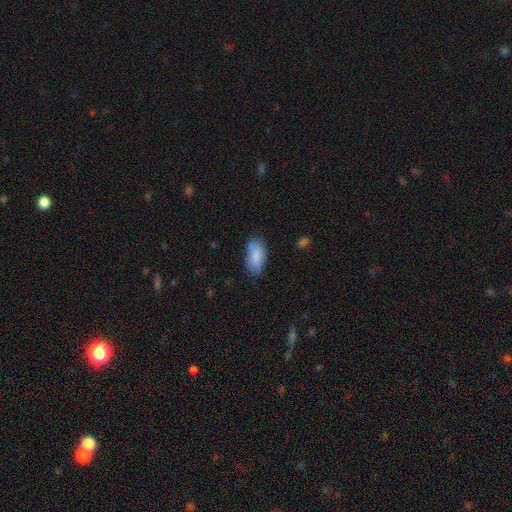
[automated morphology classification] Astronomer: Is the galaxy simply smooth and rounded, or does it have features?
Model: smooth — 85%.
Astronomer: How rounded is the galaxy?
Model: in between — 92%.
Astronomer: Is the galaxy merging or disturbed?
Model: none — 72%.